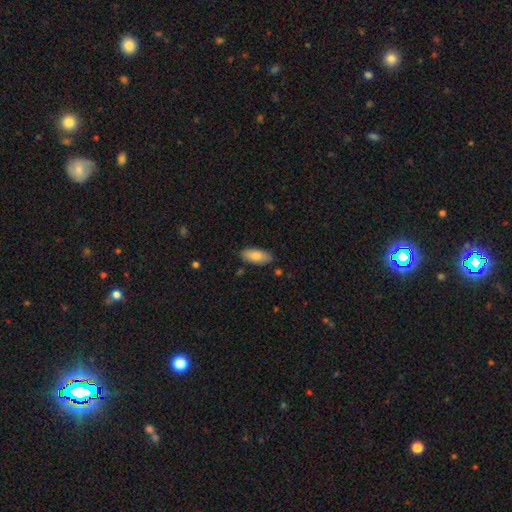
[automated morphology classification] Smooth or featured? Predicted: smooth (p=0.84). How rounded? Predicted: in between (p=0.85). Merging? Predicted: none (p=0.85).